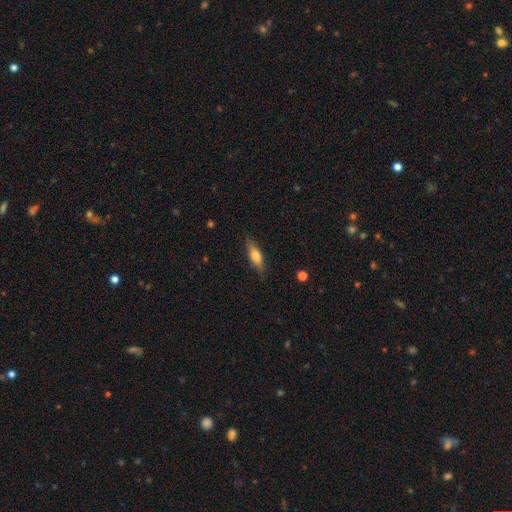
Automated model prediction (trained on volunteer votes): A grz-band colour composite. It shows a smooth galaxy with no disk features (54%) that is cigar-shaped (59%). Merging: none (84%).